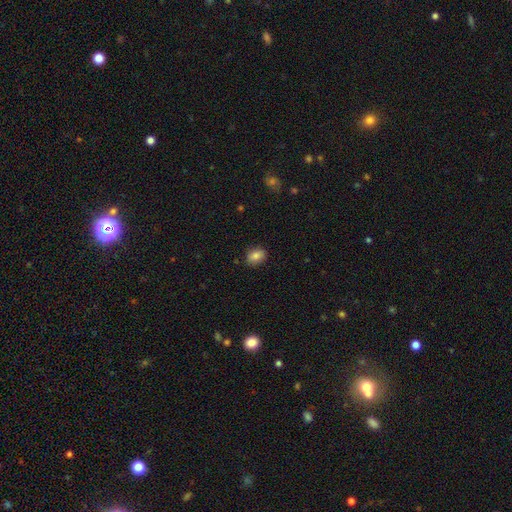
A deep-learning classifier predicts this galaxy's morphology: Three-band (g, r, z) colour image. It shows a smooth galaxy with no disk features (83%) that is in between round and cigar-shaped (65%). Merging: none (86%).